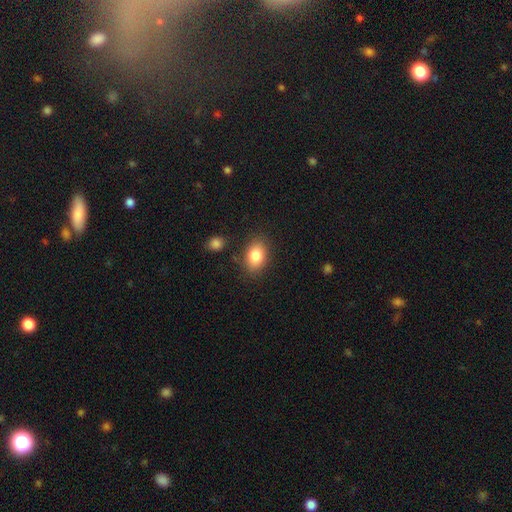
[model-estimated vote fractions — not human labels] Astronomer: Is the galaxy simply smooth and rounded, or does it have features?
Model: smooth — 83%.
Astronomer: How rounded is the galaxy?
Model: in between — 77%.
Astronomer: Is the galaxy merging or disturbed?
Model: none — 82%.